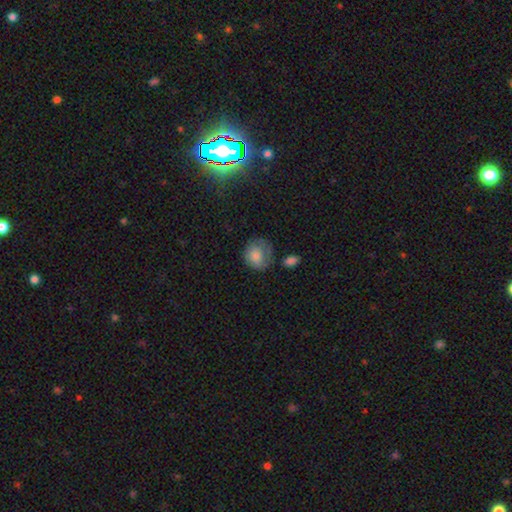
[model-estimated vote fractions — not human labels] smooth_or_featured: smooth (p=0.76) [alt: featured or disk p=0.14]
how_rounded: round (p=0.73) [alt: in between p=0.26]
merging: none (p=0.56) [alt: minor disturbance p=0.28]